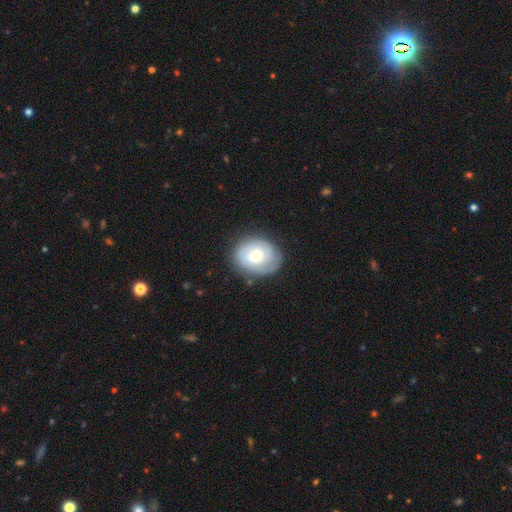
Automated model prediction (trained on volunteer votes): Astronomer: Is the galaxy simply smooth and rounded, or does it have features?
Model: featured or disk — 54% (runner-up: smooth, 39%).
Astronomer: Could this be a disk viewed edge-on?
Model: no — 96%.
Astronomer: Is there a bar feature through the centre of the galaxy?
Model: no — 62%.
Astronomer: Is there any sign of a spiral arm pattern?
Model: yes — 76%.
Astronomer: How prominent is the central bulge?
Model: moderate — 61%.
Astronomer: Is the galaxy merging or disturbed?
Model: none — 75%.